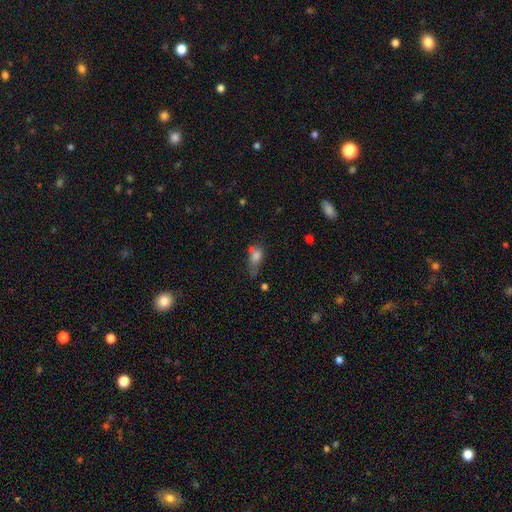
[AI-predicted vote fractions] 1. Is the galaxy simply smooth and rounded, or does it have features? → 74% smooth, 14% featured or disk, 12% star or artifact.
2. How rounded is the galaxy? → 74% in between, 16% round, 10% cigar-shaped.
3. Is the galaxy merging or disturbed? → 33% minor disturbance, 32% none, 23% major disturbance, 13% merger.